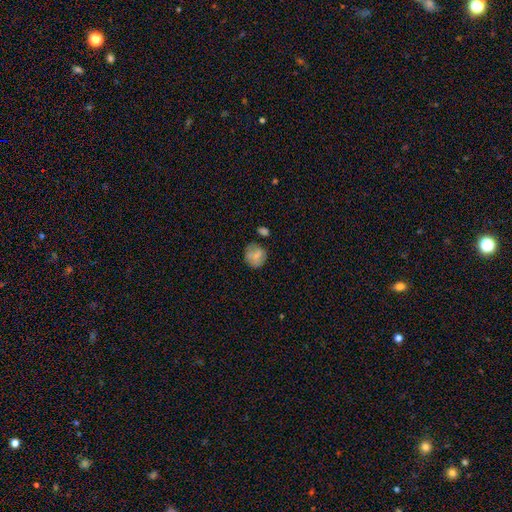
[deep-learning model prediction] smooth 75%, featured or disk 15%, star or artifact 10%. Down the decision tree: how rounded — round (81%); merging — none (67%).